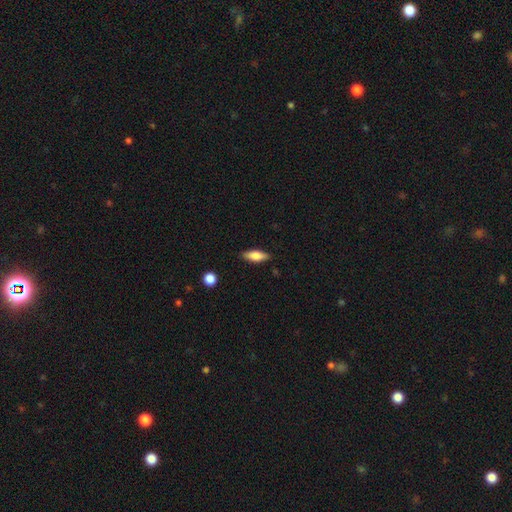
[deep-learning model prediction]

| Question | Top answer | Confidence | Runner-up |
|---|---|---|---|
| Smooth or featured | smooth | 80% | featured or disk (14%) |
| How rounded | in between | 71% | cigar-shaped (27%) |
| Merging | none | 86% | minor disturbance (11%) |